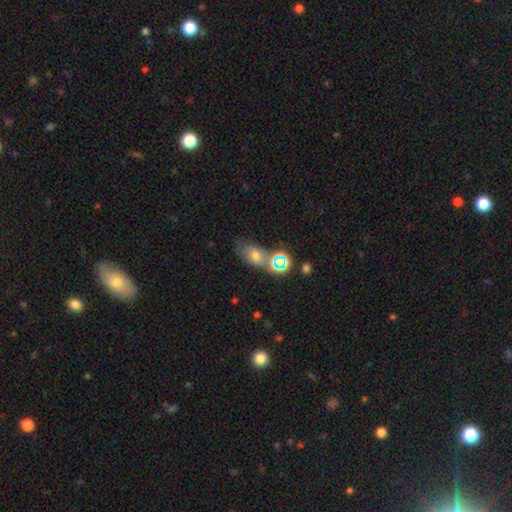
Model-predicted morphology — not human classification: type=smooth (62%); roundness=in between (76%); merging=none (52%).